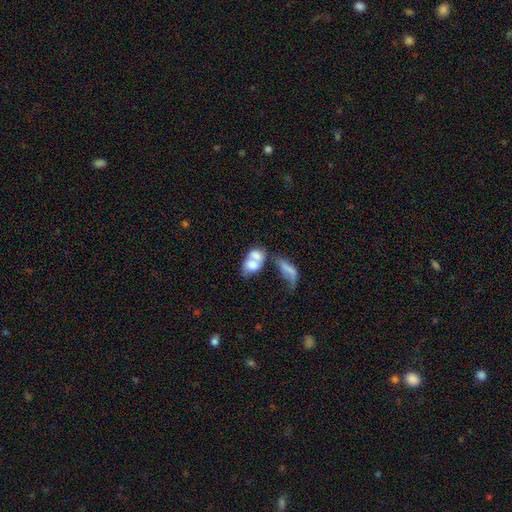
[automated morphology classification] A smooth galaxy with no disk features (62%) that is in between round and cigar-shaped (83%).

Vote fractions:
- Smooth or featured? smooth: 62% / featured or disk: 29% / star or artifact: 9%
- How rounded? in between: 83% / round: 14% / cigar-shaped: 3%
- Merging? merger: 72% / none: 11% / major disturbance: 9% / minor disturbance: 7%